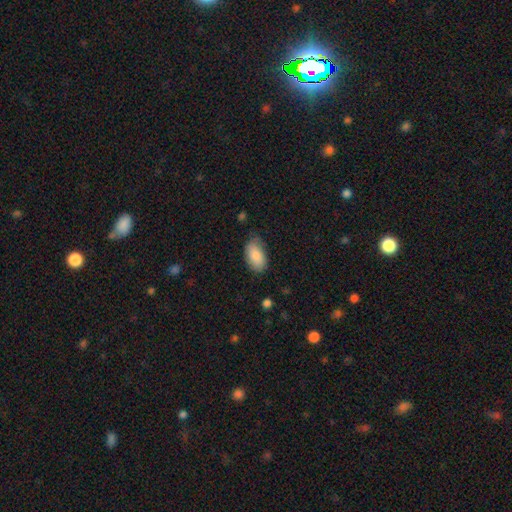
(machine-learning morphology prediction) The model was most divided on "merging": none: 67%, minor disturbance: 26%, major disturbance: 5%, merger: 2%. More confident: how rounded — in between (94%); smooth or featured — smooth (86%).